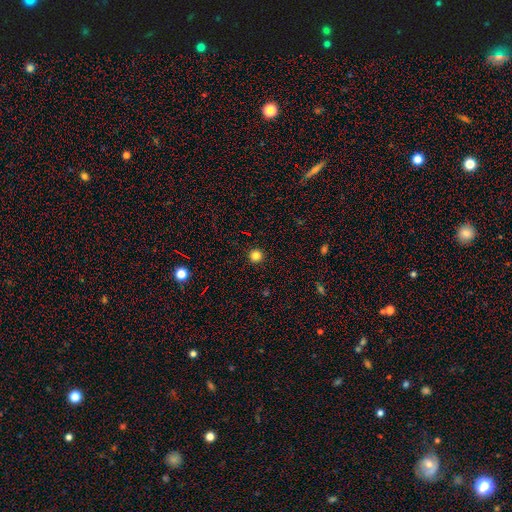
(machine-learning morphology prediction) smooth-or-featured: smooth: 83% | star or artifact: 13% | featured or disk: 4%
  how-rounded: round: 96% | in between: 3% | cigar-shaped: 1%
  merging: none: 94% | minor disturbance: 4% | major disturbance: 1% | merger: 1%